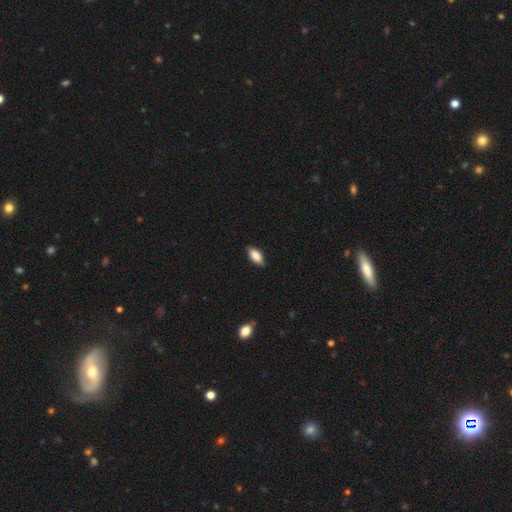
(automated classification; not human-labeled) This appears to be a smooth galaxy with no disk features (85%) that is in between round and cigar-shaped (87%). Merging: none (84%).